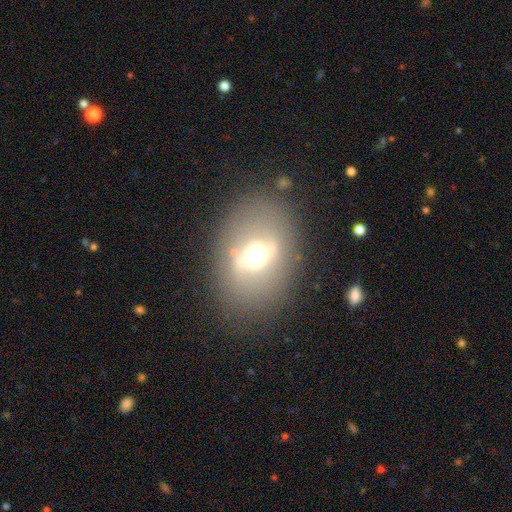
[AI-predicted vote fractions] Smooth or featured? smooth (44%)
Merging? none (78%)